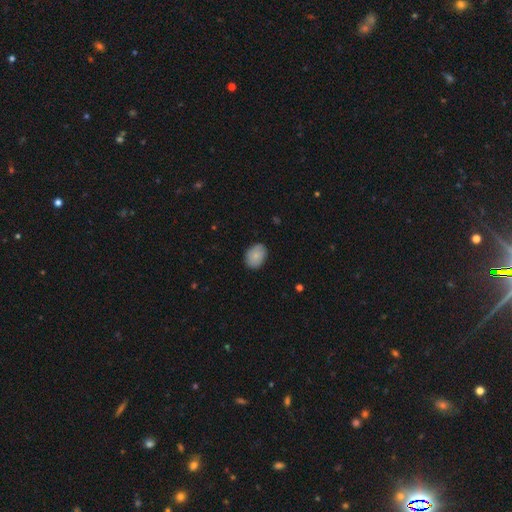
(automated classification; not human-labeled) smooth 85%, featured or disk 8%, star or artifact 7%. Down the decision tree: how rounded — in between (72%); merging — none (85%).